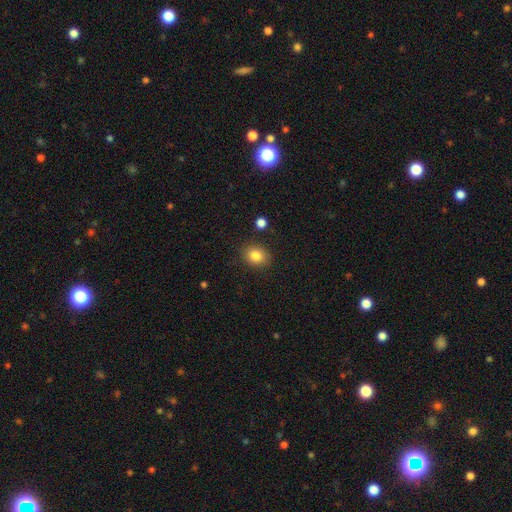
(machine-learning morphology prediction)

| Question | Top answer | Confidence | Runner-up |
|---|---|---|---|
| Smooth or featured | smooth | 84% | star or artifact (10%) |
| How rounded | round | 51% | in between (48%) |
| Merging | none | 85% | minor disturbance (10%) |